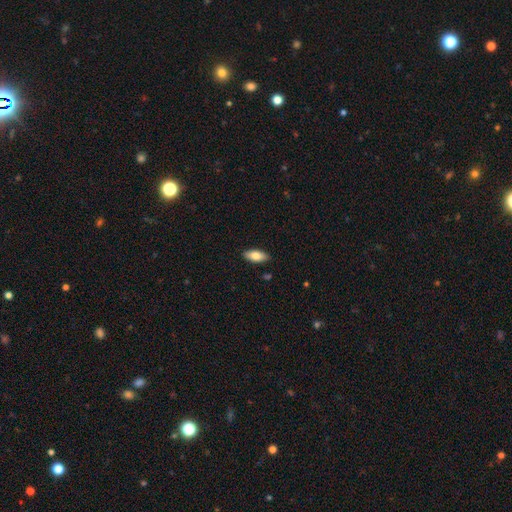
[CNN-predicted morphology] Overall: smooth (79%). How rounded: in between (86%). Merging: none (88%).